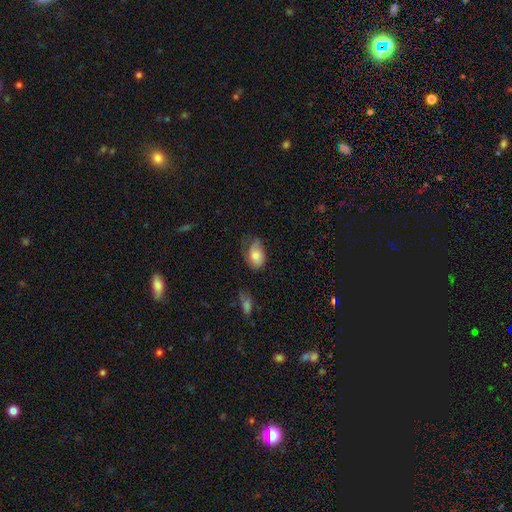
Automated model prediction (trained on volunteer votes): smooth_or_featured: smooth (p=0.77) [alt: featured or disk p=0.15]
how_rounded: in between (p=0.87) [alt: round p=0.12]
merging: none (p=0.48) [alt: minor disturbance p=0.36]